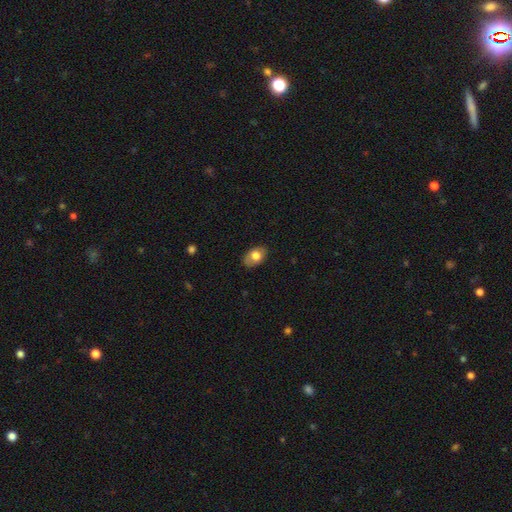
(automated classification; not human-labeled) A smooth galaxy with no disk features (78%) that is in between round and cigar-shaped (84%). Merging: none (81%).